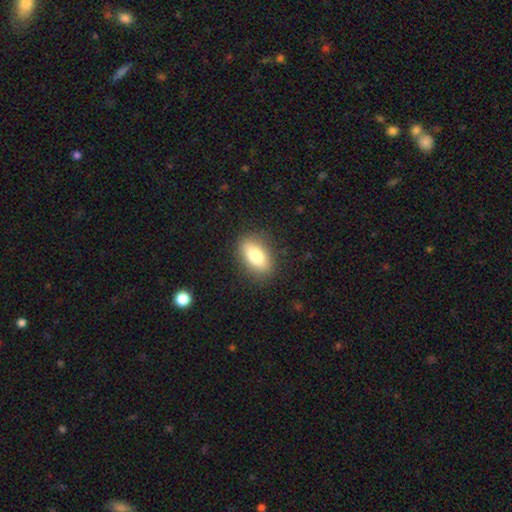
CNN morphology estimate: The model was most divided on "smooth or featured": smooth: 79%, featured or disk: 13%, star or artifact: 8%. More confident: how rounded — in between (87%); merging — none (86%).